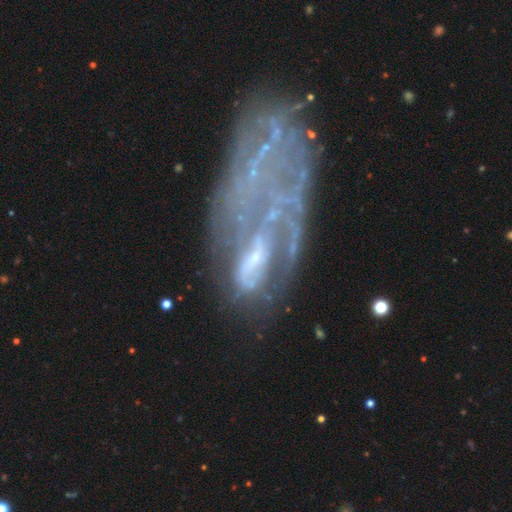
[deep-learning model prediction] Smooth or featured? Predicted: featured or disk (p=0.70). Edge-on disk? Predicted: no (p=0.92). Bar? Predicted: no (p=0.61). Spiral arms? Predicted: no (p=0.54). Bulge size? Predicted: none (p=0.48). Merging? Predicted: major disturbance (p=0.39).